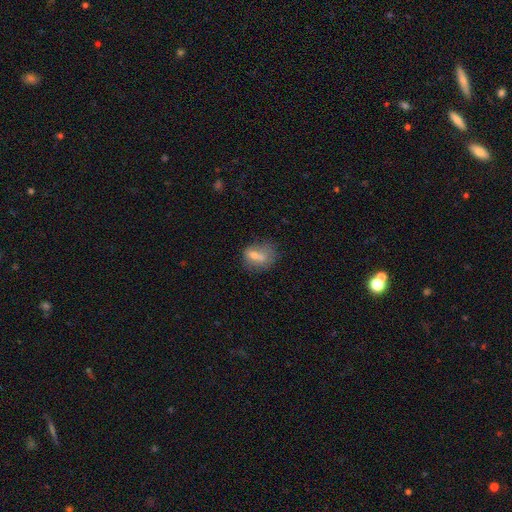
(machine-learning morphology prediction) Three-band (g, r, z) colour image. It shows a smooth galaxy with no disk features (63%) that is in between round and cigar-shaped (63%). Merging: none (44%).